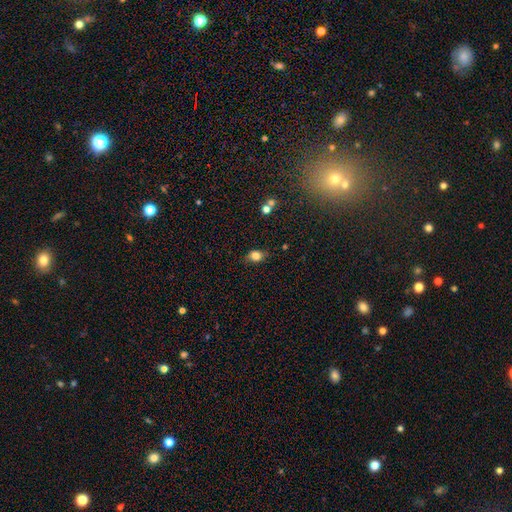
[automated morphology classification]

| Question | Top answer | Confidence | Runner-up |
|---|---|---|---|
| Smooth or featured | smooth | 79% | featured or disk (10%) |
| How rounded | in between | 65% | round (33%) |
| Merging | none | 74% | minor disturbance (20%) |